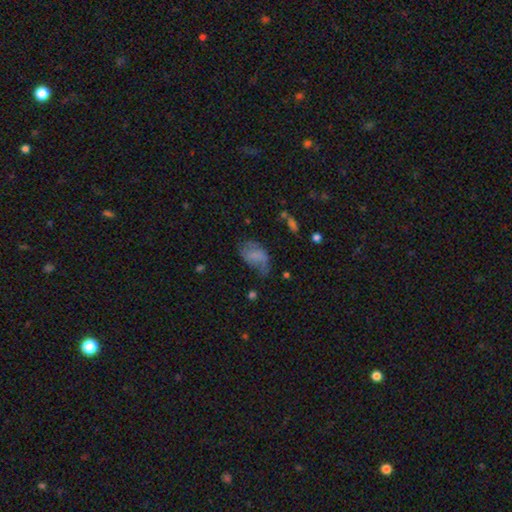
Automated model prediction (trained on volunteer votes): smooth_or_featured: smooth (p=0.58) [alt: featured or disk p=0.31]
how_rounded: in between (p=0.88) [alt: round p=0.11]
merging: none (p=0.36) [alt: minor disturbance p=0.33]